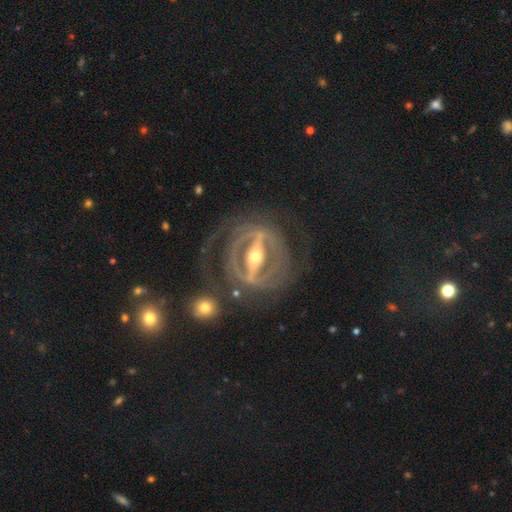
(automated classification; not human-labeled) Q: Smooth or featured?
A: featured or disk (91%); runner-up: smooth (5%)
Q: Edge-on disk?
A: no (87%); runner-up: yes (13%)
Q: Bar?
A: strong (85%); runner-up: weak (10%)
Q: Spiral arms?
A: yes (74%); runner-up: no (26%)
Q: Spiral winding?
A: tight (58%); runner-up: medium (30%)
Q: Spiral arm count?
A: 2 (58%); runner-up: can't tell (21%)
Q: Bulge size?
A: moderate (64%); runner-up: small (30%)
Q: Merging?
A: none (66%); runner-up: major disturbance (16%)